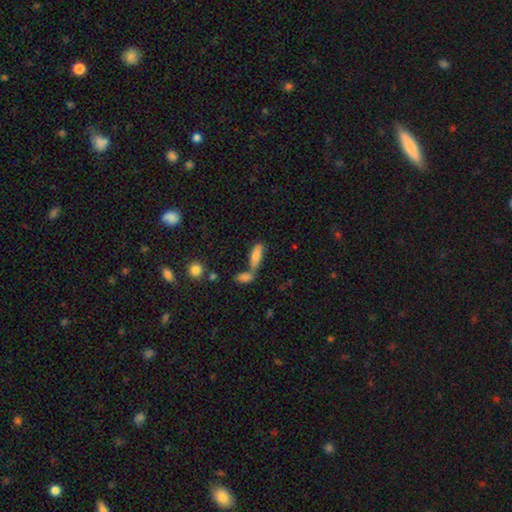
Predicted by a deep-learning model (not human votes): Smooth or featured: smooth — 78% (featured or disk — 14%)
How rounded: in between — 63% (cigar-shaped — 34%)
Merging: merger — 42% (tied with none — 42%)